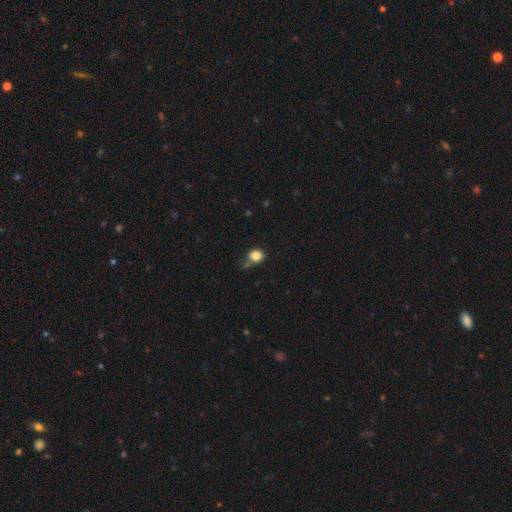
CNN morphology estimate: Overall: smooth (85%). How rounded: round (77%). Merging: none (68%).